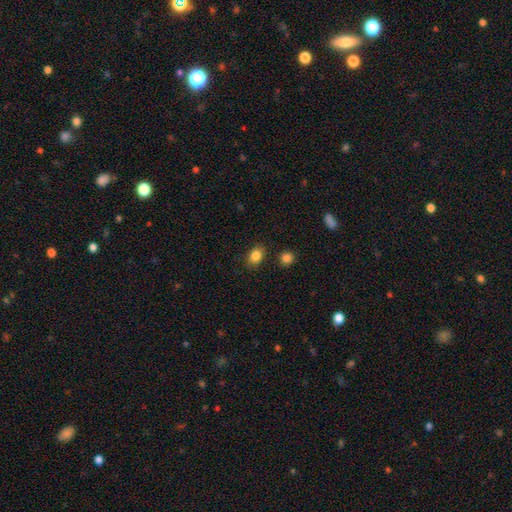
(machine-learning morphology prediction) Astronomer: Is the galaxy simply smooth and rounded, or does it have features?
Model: smooth — 85%.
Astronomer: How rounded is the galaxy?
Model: in between — 63%.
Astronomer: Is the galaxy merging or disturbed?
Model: none — 84%.